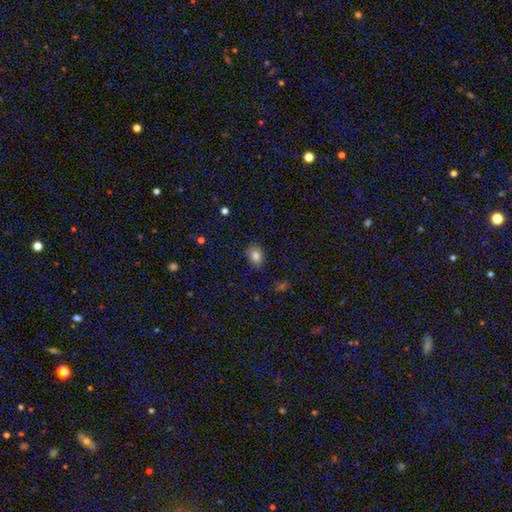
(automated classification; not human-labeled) smooth-or-featured: smooth: 83% | star or artifact: 11% | featured or disk: 6%
  how-rounded: in between: 66% | round: 33% | cigar-shaped: 1%
  merging: none: 80% | minor disturbance: 15% | major disturbance: 3% | merger: 2%